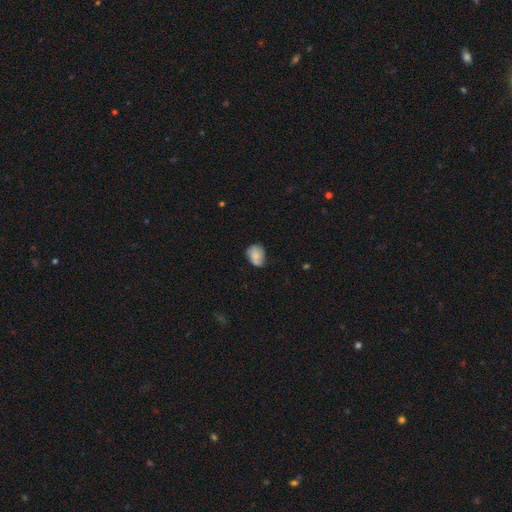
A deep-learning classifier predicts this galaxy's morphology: smooth 66%, featured or disk 25%, star or artifact 8%. Down the decision tree: how rounded — in between (63%); merging — none (55%).